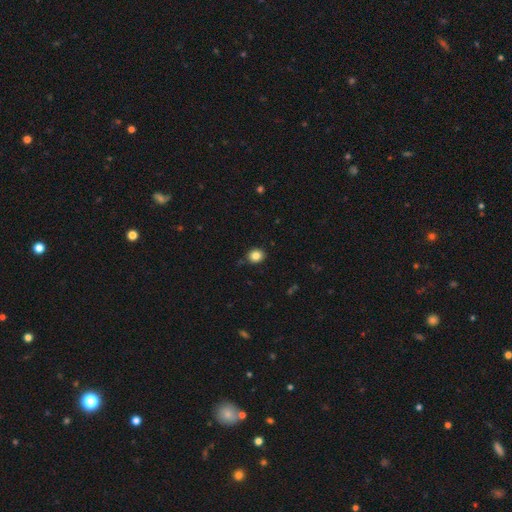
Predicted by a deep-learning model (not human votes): This appears to be a smooth galaxy with no disk features (84%) that is round (75%). Merging: none (86%).